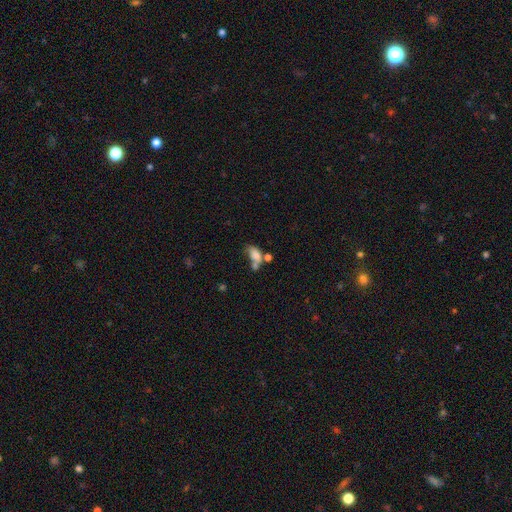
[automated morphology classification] Overall: smooth (71%). How rounded: in between (86%). Merging: merger (46%; none 23%).